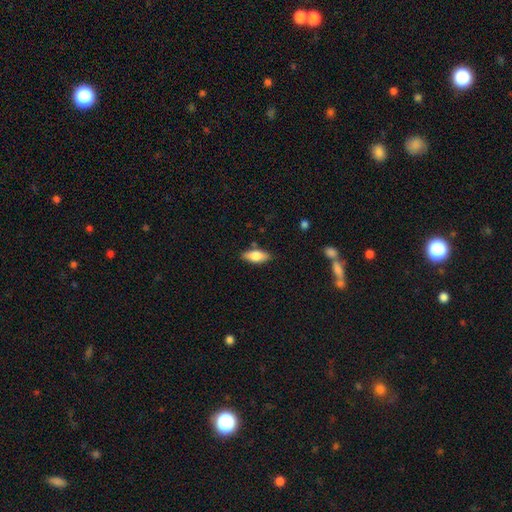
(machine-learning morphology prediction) Smooth or featured?
  - smooth: 75% *
  - featured or disk: 18%
  - star or artifact: 7%
How rounded?
  - in between: 81% *
  - cigar-shaped: 16%
  - round: 3%
Merging?
  - none: 82% *
  - minor disturbance: 12%
  - merger: 3%
  - major disturbance: 3%